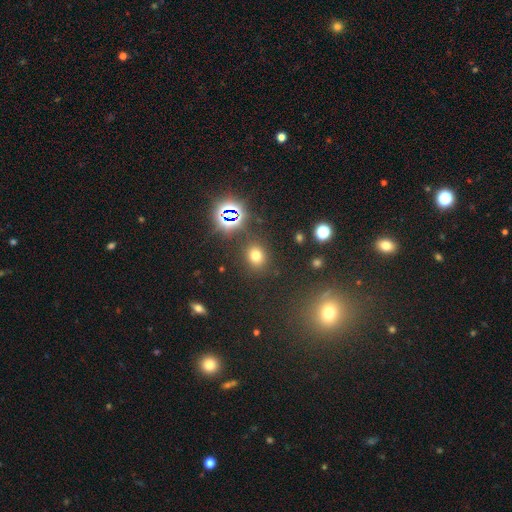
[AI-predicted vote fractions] The model was most divided on "how rounded": round: 68%, in between: 31%, cigar-shaped: 1%. More confident: merging — none (85%); smooth or featured — smooth (66%).